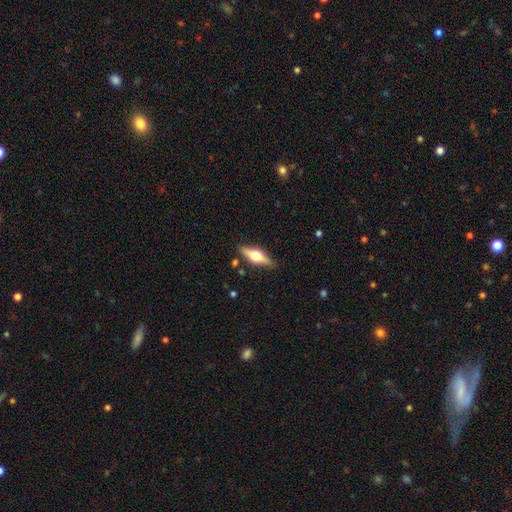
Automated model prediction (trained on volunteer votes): Smooth or featured: featured or disk — 55% (smooth — 38%)
Edge-on disk: yes — 93% (no — 7%)
Edge-on bulge: rounded — 95% (boxy — 4%)
Merging: none — 85% (minor disturbance — 10%)